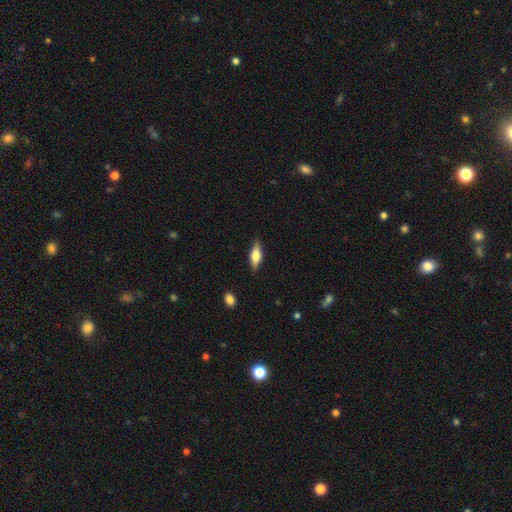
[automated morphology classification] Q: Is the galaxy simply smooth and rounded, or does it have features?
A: smooth — 50%.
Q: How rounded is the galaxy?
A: in between — 63%.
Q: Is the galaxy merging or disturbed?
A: none — 84%.